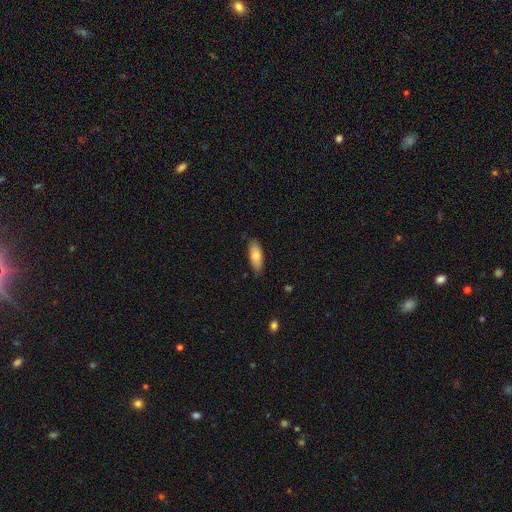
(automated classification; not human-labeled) A smooth galaxy with no disk features (77%) that is in between round and cigar-shaped (78%).

Vote fractions:
- Smooth or featured? smooth: 77% / featured or disk: 17% / star or artifact: 6%
- How rounded? in between: 78% / cigar-shaped: 20% / round: 2%
- Merging? none: 81% / minor disturbance: 15% / major disturbance: 2% / merger: 1%